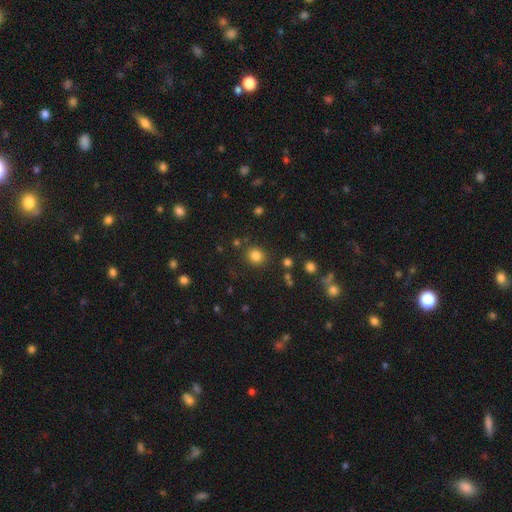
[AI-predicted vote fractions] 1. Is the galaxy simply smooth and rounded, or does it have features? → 82% smooth, 13% star or artifact, 5% featured or disk.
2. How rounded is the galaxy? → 83% round, 16% in between, 1% cigar-shaped.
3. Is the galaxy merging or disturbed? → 85% none, 8% minor disturbance, 3% merger, 3% major disturbance.